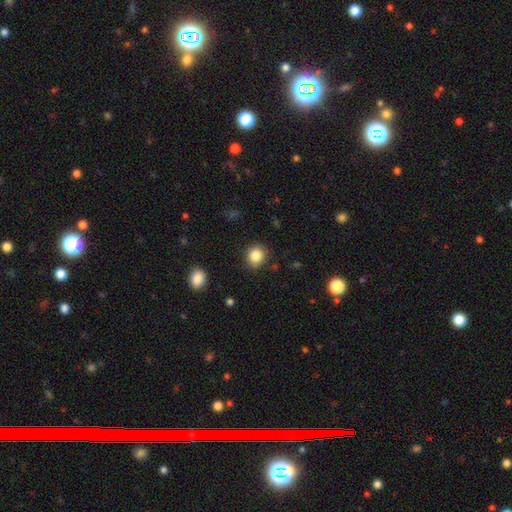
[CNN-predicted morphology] type=smooth (84%); roundness=round (85%); merging=none (83%).